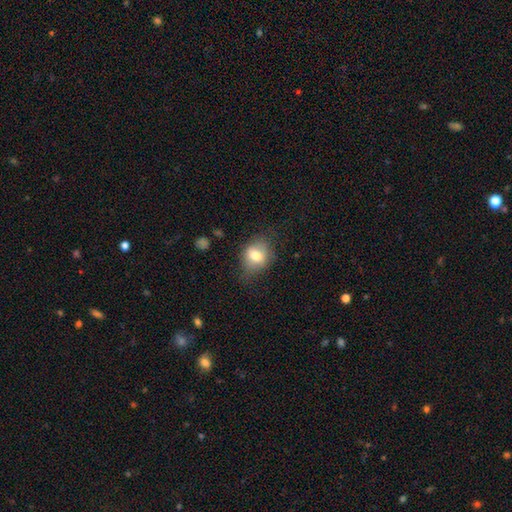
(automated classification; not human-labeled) Q: Smooth or featured?
A: smooth (73%); runner-up: featured or disk (18%)
Q: How rounded?
A: in between (51%); runner-up: round (48%)
Q: Merging?
A: none (66%); runner-up: minor disturbance (23%)